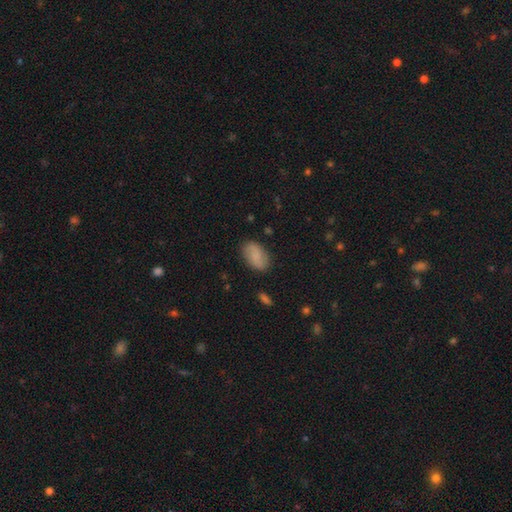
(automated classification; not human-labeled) A smooth galaxy with no disk features (74%) that is in between round and cigar-shaped (91%).

Vote fractions:
- Smooth or featured? smooth: 74% / featured or disk: 18% / star or artifact: 7%
- How rounded? in between: 91% / round: 7% / cigar-shaped: 2%
- Merging? none: 82% / minor disturbance: 13% / major disturbance: 3% / merger: 2%